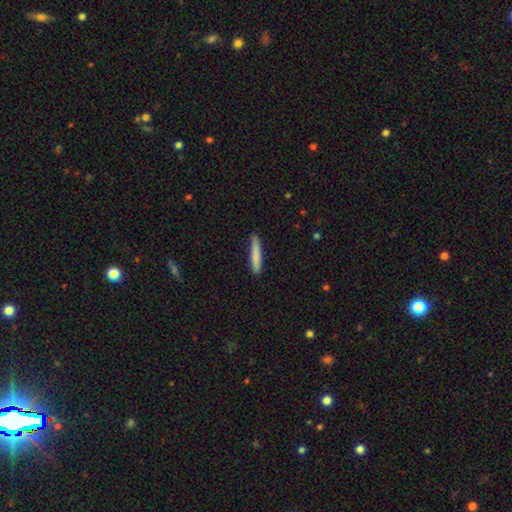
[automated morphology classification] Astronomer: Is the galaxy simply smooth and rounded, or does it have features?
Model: smooth — 79%.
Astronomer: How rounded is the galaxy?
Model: cigar-shaped — 93%.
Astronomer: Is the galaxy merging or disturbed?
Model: none — 85%.